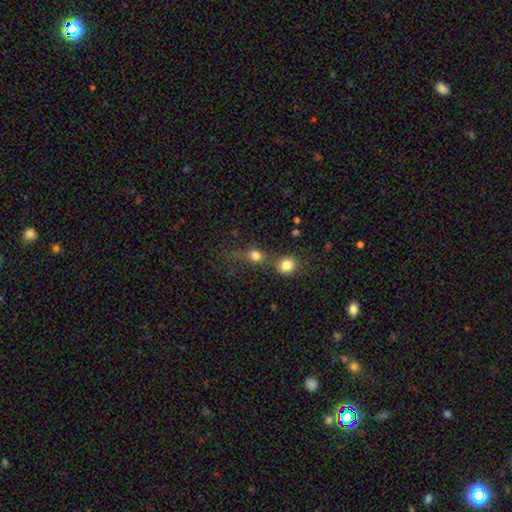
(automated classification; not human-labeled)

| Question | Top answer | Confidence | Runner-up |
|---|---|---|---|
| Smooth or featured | smooth | 73% | star or artifact (15%) |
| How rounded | round | 74% | in between (22%) |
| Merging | merger | 46% | none (34%) |